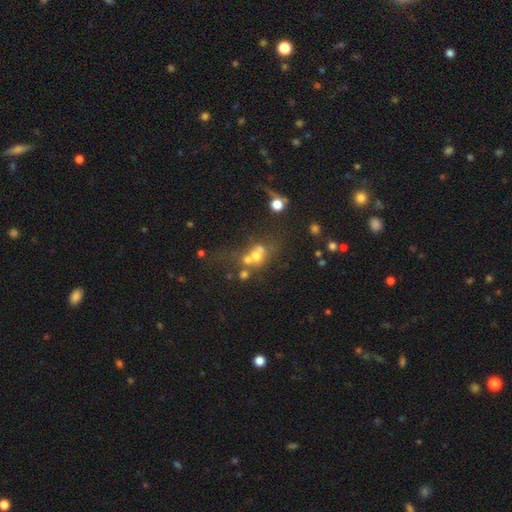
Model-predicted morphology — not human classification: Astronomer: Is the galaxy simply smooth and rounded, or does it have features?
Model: smooth — 49% (runner-up: featured or disk, 28%).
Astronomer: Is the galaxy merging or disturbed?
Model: merger — 50% (runner-up: none, 29%).